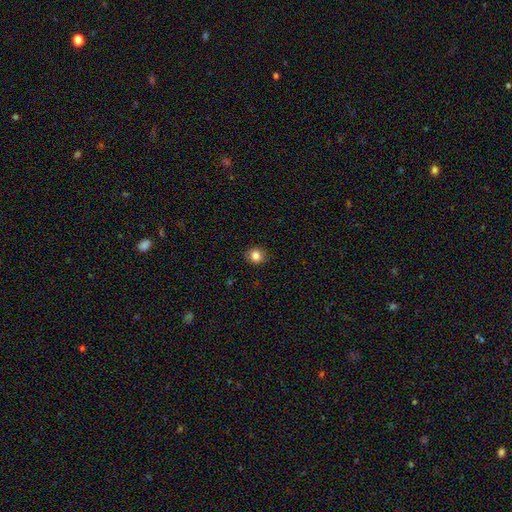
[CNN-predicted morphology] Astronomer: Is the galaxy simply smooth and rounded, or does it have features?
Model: smooth — 83%.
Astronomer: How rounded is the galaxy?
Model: round — 76%.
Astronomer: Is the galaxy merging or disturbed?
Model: none — 86%.